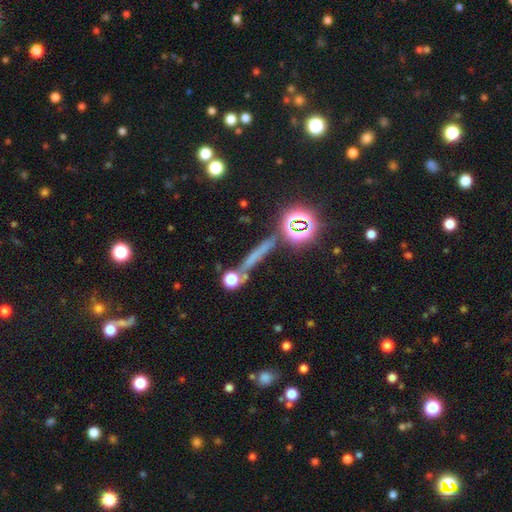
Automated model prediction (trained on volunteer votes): Smooth or featured? smooth (39%)
Merging? none (77%)